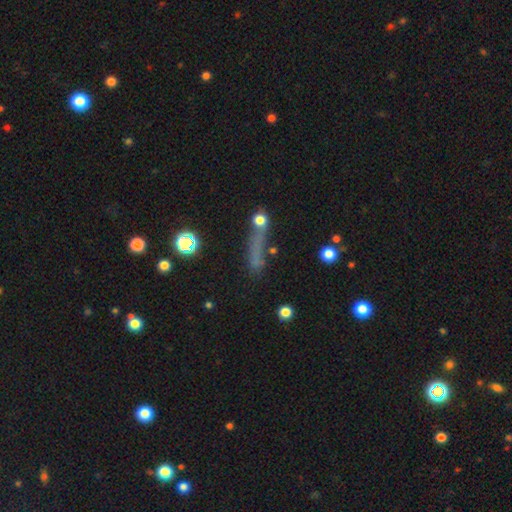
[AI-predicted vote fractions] smooth_or_featured: smooth (p=0.54) [alt: star or artifact p=0.24]
how_rounded: cigar-shaped (p=0.71) [alt: in between p=0.17]
merging: none (p=0.51) [alt: minor disturbance p=0.19]